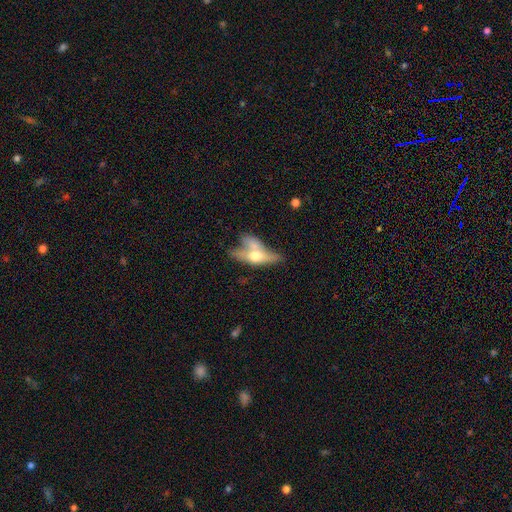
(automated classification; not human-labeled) Smooth or featured?
  - featured or disk: 49% *
  - smooth: 44%
  - star or artifact: 7%
Merging?
  - merger: 45% *
  - none: 26%
  - major disturbance: 15%
  - minor disturbance: 14%